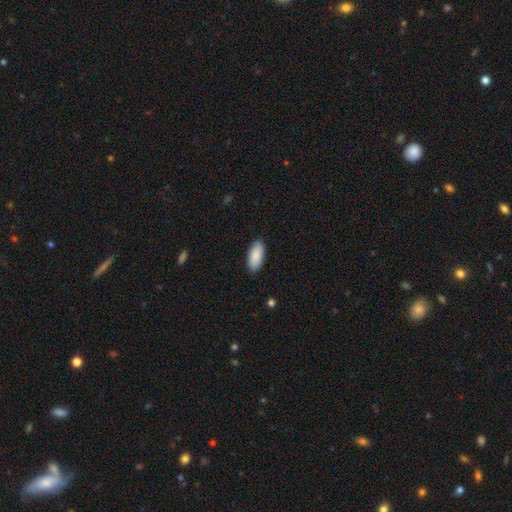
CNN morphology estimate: smooth-or-featured: smooth: 90% | star or artifact: 6% | featured or disk: 5%
  how-rounded: in between: 89% | cigar-shaped: 10% | round: 2%
  merging: none: 88% | minor disturbance: 9% | major disturbance: 2% | merger: 1%